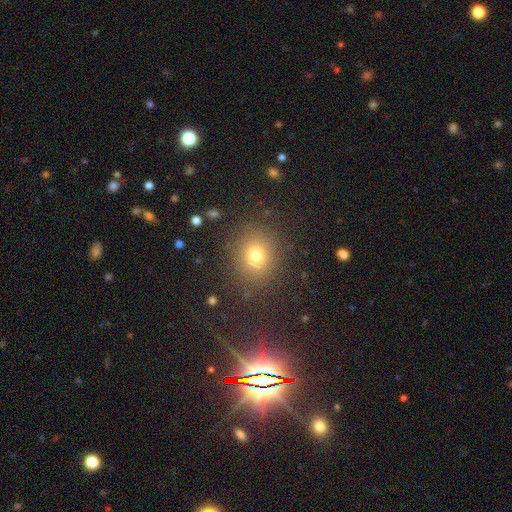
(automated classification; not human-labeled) This appears to be a smooth galaxy with no disk features (75%) that is round (73%). Merging: none (85%).